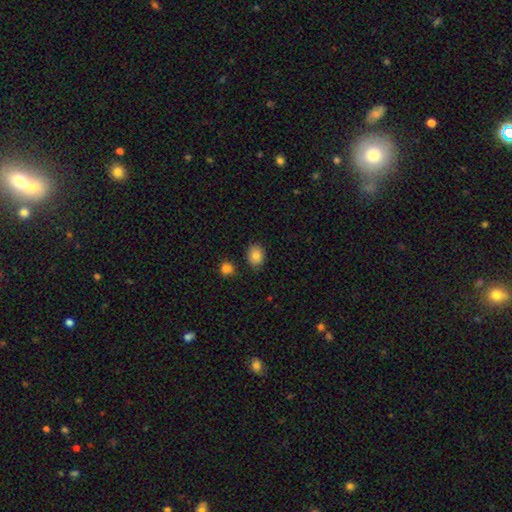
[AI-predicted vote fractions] Smooth or featured: smooth — 84% (star or artifact — 9%)
How rounded: round — 51% (in between — 48%)
Merging: none — 81% (minor disturbance — 13%)